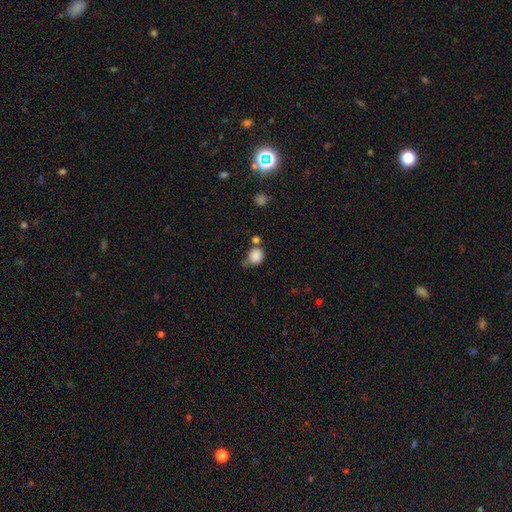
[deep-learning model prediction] Smooth or featured?
  - smooth: 86% *
  - star or artifact: 9%
  - featured or disk: 4%
How rounded?
  - round: 73% *
  - in between: 27%
  - cigar-shaped: 1%
Merging?
  - none: 58% *
  - minor disturbance: 18%
  - merger: 17%
  - major disturbance: 6%